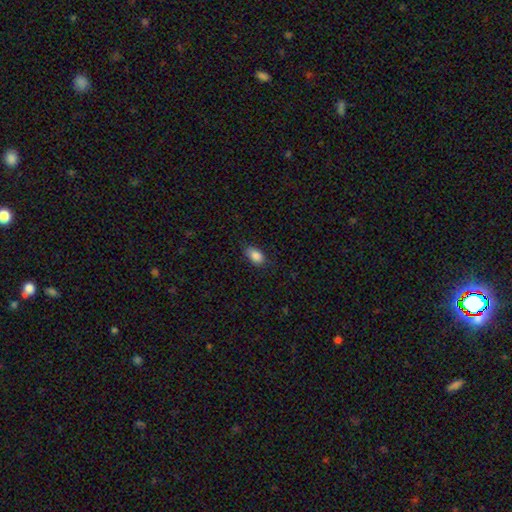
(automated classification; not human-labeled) Smooth or featured: smooth — 88% (star or artifact — 8%)
How rounded: in between — 90% (round — 8%)
Merging: none — 78% (minor disturbance — 17%)